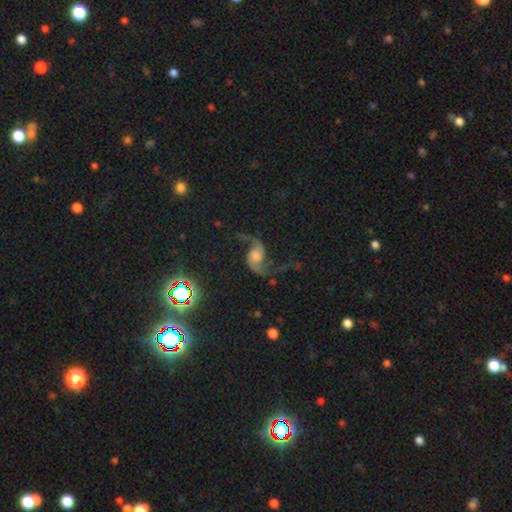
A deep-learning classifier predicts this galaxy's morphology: Smooth or featured? featured or disk (83%)
Edge-on disk? no (96%)
Bar? no (63%)
Spiral arms? yes (97%)
Spiral winding? loose (85%)
Spiral arm count? 2 (94%)
Bulge size? moderate (31%)
Merging? none (69%)